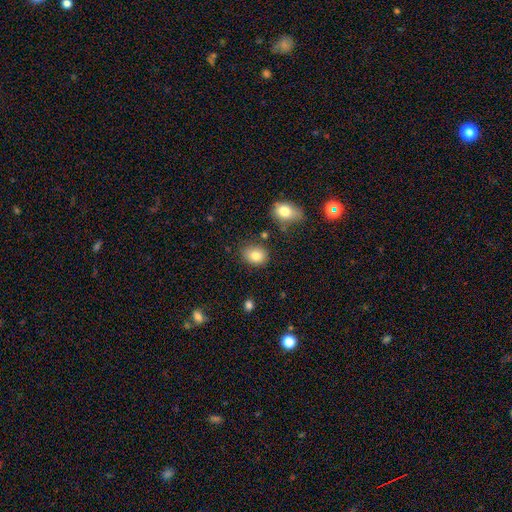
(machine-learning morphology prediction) A smooth galaxy with no disk features (82%) that is in between round and cigar-shaped (53%). Merging: none (78%).